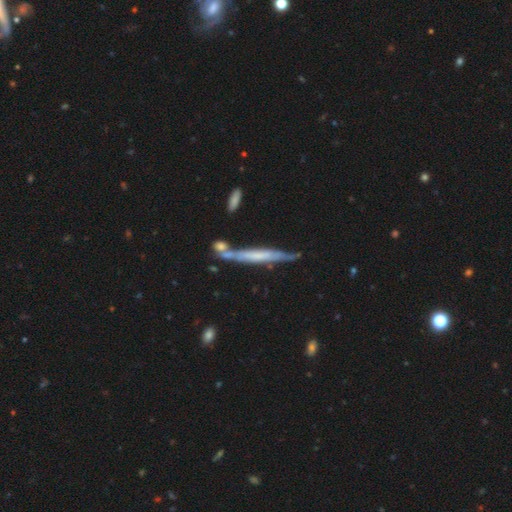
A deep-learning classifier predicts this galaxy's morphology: featured or disk 59%, smooth 35%, star or artifact 6%. Down the decision tree: edge-on disk — yes (91%); edge-on bulge — none (64%); merging — none (64%).